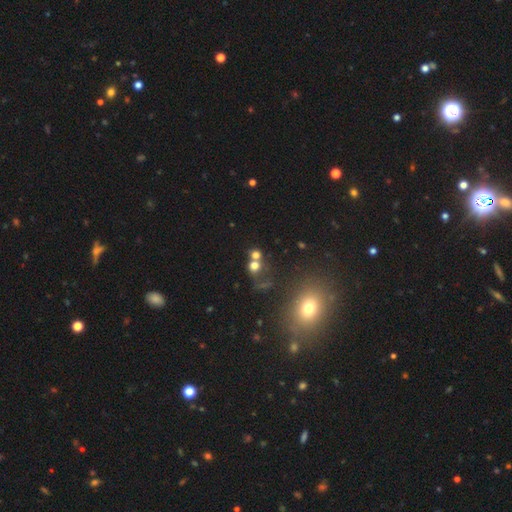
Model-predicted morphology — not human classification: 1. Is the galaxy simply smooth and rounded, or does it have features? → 66% smooth, 22% star or artifact, 12% featured or disk.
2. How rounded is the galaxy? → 80% round, 19% in between, 2% cigar-shaped.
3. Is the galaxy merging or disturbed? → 44% merger, 43% none, 8% minor disturbance, 6% major disturbance.